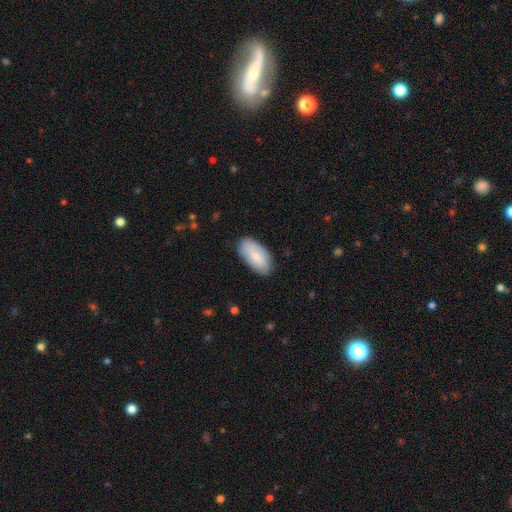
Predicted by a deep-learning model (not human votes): Overall: smooth (74%). How rounded: in between (94%). Merging: none (81%).